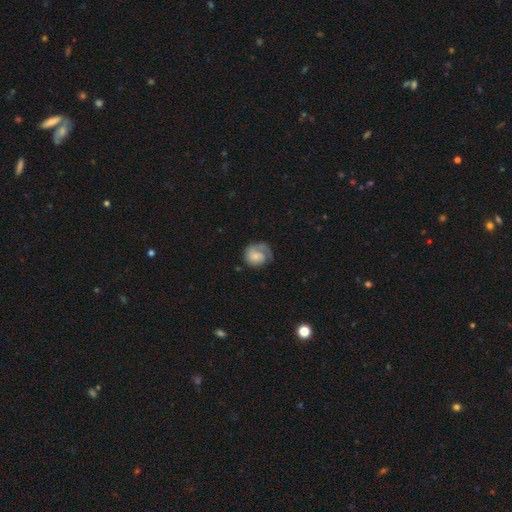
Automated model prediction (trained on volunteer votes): Morphology: type=featured or disk (50%); edge-on=no (98%); merging=none (51%).